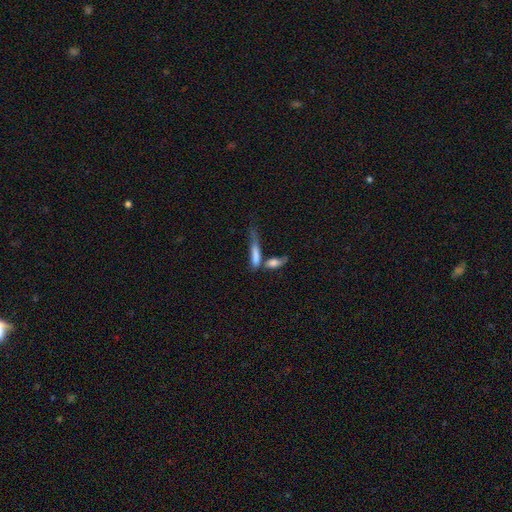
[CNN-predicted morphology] Overall: smooth (71%). How rounded: cigar-shaped (66%; in between 31%). Merging: merger (40%; none 28%).